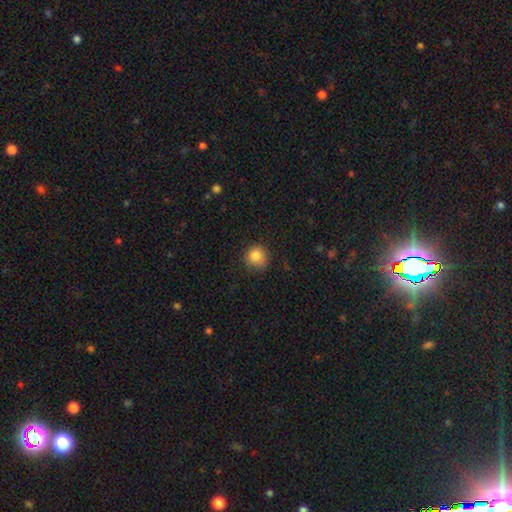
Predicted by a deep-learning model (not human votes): The model was most divided on "merging": none: 77%, minor disturbance: 17%, major disturbance: 4%, merger: 1%. More confident: how rounded — round (88%); smooth or featured — smooth (84%).